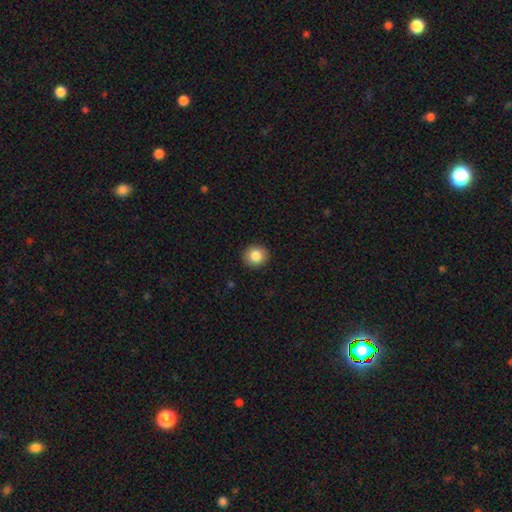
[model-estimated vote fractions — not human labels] Smooth or featured?
  - smooth: 85% *
  - star or artifact: 9%
  - featured or disk: 6%
How rounded?
  - round: 86% *
  - in between: 13%
  - cigar-shaped: 1%
Merging?
  - none: 91% *
  - minor disturbance: 6%
  - major disturbance: 2%
  - merger: 1%